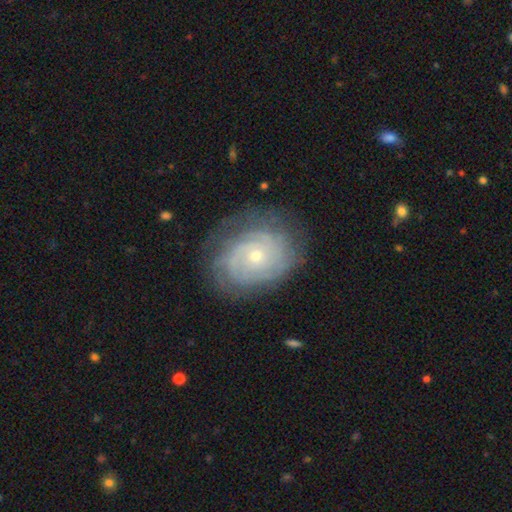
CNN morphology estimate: This is clearly a featured or disk galaxy (82%). It is clearly not viewed edge-on (97%). Bar: likely no (79%). Spiral arm pattern: clearly yes (95%). Spiral arm count: marginally can't tell (38%). Spiral winding: likely tight (76%). Central bulge: likely small (64%). Merging: likely none (76%).